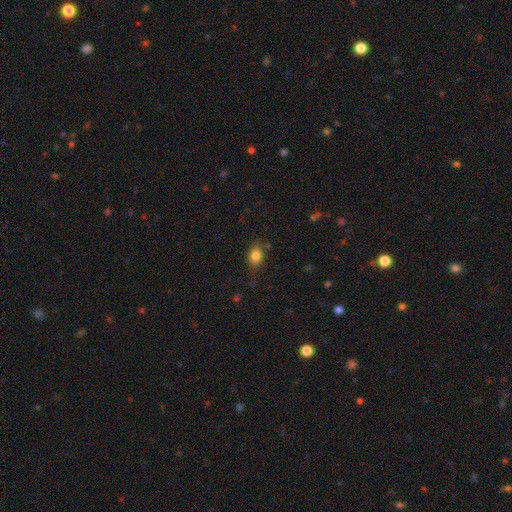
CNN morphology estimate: Smooth or featured: smooth — 82% (star or artifact — 11%)
How rounded: in between — 61% (round — 37%)
Merging: none — 76% (minor disturbance — 17%)